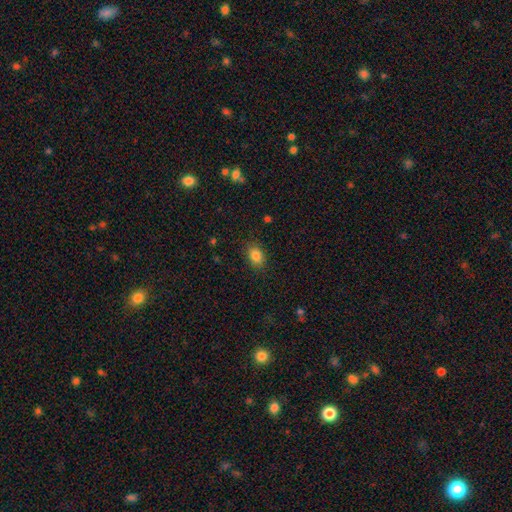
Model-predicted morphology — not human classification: Smooth or featured? smooth (84%)
How rounded? in between (77%)
Merging? none (86%)